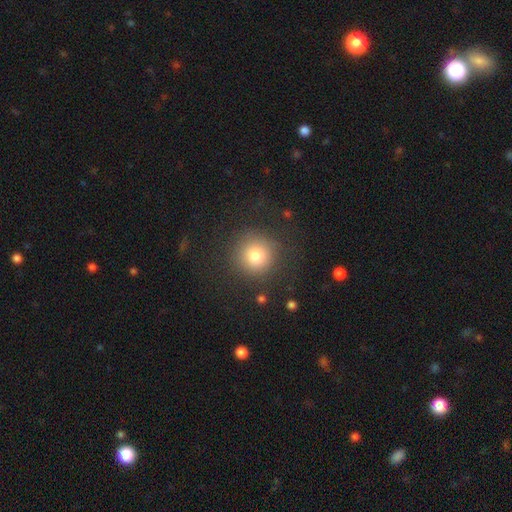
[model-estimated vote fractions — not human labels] smooth-or-featured: smooth: 80% | star or artifact: 12% | featured or disk: 8%
  how-rounded: round: 93% | in between: 6% | cigar-shaped: 1%
  merging: none: 85% | minor disturbance: 8% | major disturbance: 5% | merger: 2%